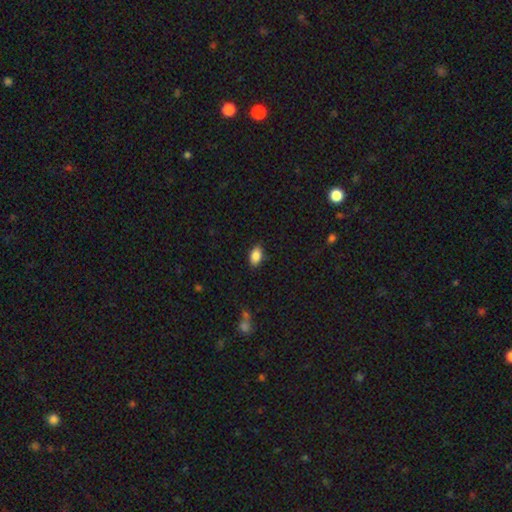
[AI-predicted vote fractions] This is clearly a smooth galaxy (87%). How rounded: clearly in between (91%). Merging: clearly none (85%).